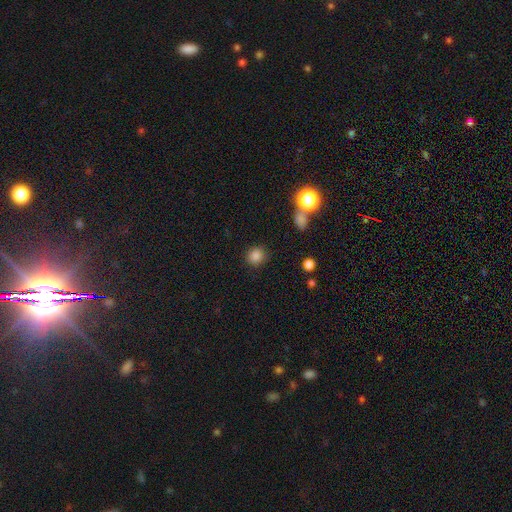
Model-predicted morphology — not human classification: smooth 84%, star or artifact 12%, featured or disk 4%. Down the decision tree: how rounded — round (80%); merging — none (87%).